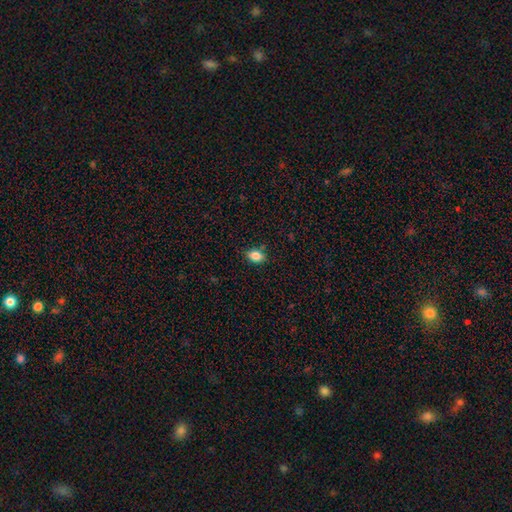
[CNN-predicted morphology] A smooth galaxy with no disk features (84%) that is in between round and cigar-shaped (74%).

Vote fractions:
- Smooth or featured? smooth: 84% / star or artifact: 10% / featured or disk: 6%
- How rounded? in between: 74% / round: 24% / cigar-shaped: 2%
- Merging? none: 82% / minor disturbance: 13% / major disturbance: 2% / merger: 2%